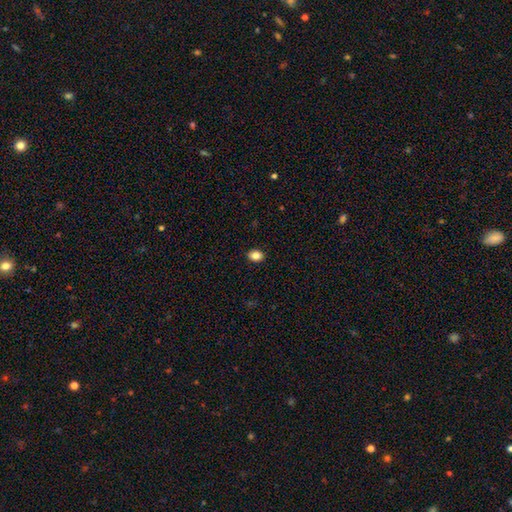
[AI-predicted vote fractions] smooth-or-featured: smooth: 85% | star or artifact: 10% | featured or disk: 5%
  how-rounded: in between: 65% | round: 34% | cigar-shaped: 1%
  merging: none: 91% | minor disturbance: 7% | major disturbance: 2% | merger: 1%